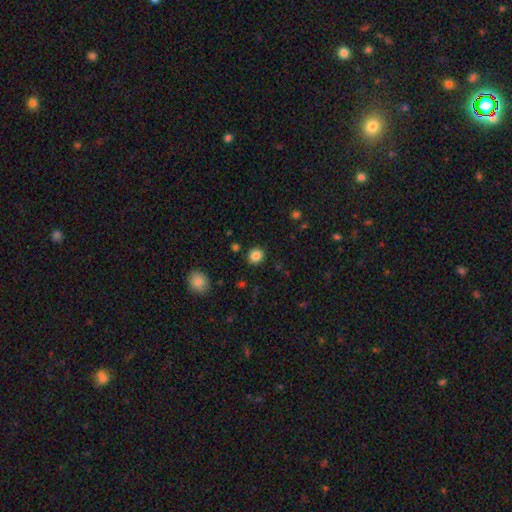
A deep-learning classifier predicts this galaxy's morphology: A smooth galaxy with no disk features (85%) that is round (87%).

Vote fractions:
- Smooth or featured? smooth: 85% / star or artifact: 11% / featured or disk: 4%
- How rounded? round: 87% / in between: 12% / cigar-shaped: 1%
- Merging? none: 90% / minor disturbance: 6% / major disturbance: 2% / merger: 2%